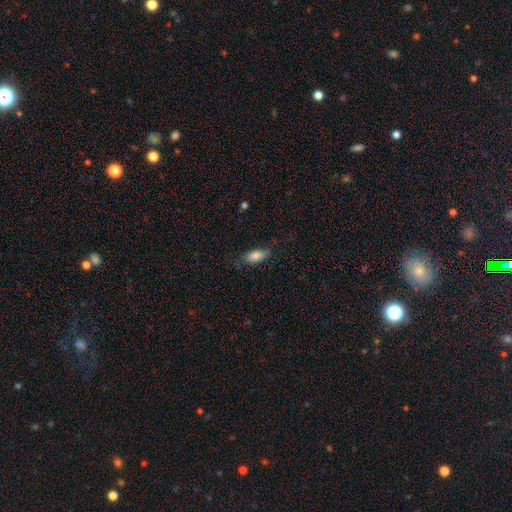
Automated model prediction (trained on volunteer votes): A smooth galaxy with no disk features (80%) that is in between round and cigar-shaped (85%). Merging: none (68%).